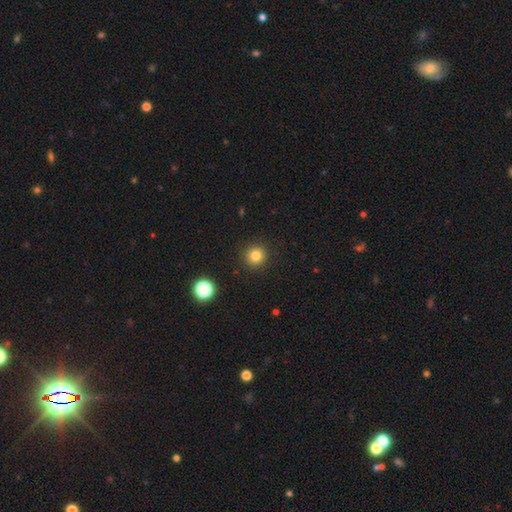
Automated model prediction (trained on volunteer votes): This appears to be a smooth galaxy with no disk features (81%) that is round (94%). Merging: none (92%).